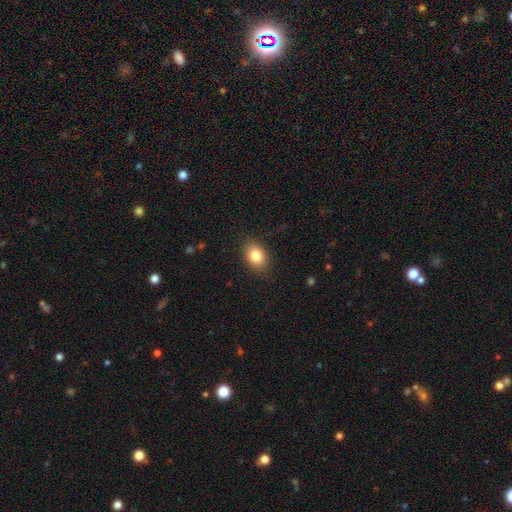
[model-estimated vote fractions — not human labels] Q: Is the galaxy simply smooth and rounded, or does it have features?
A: smooth — 83%.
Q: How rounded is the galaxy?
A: in between — 74%.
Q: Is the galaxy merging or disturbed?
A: none — 85%.